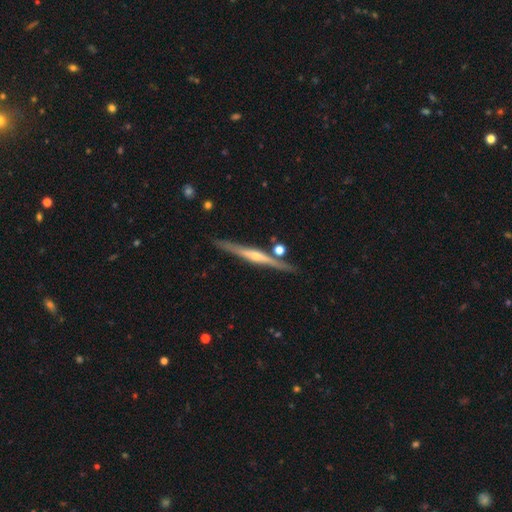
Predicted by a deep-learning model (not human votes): Morphology: type=featured or disk (80%); edge-on=yes (98%); edge-on bulge=rounded (78%); merging=none (84%).